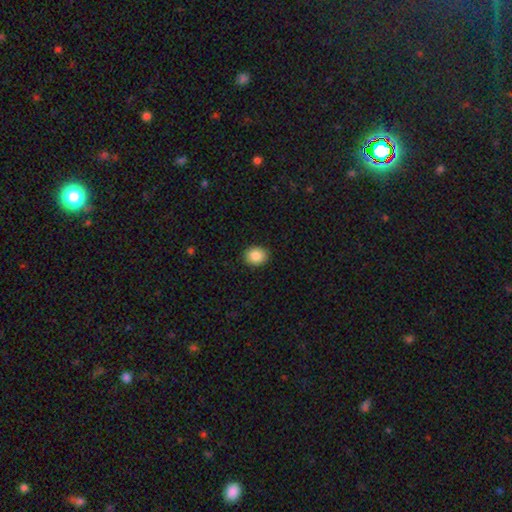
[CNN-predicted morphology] Smooth or featured: smooth — 85% (star or artifact — 9%)
How rounded: round — 57% (in between — 42%)
Merging: none — 91% (minor disturbance — 6%)